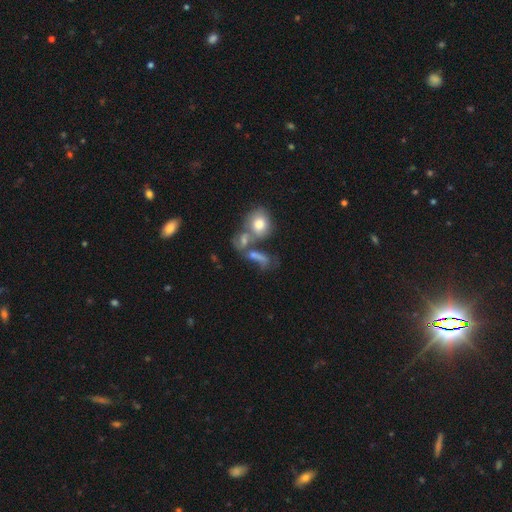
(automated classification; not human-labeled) Overall: smooth (46%; featured or disk 35%). Merging: merger (39%; none 31%).